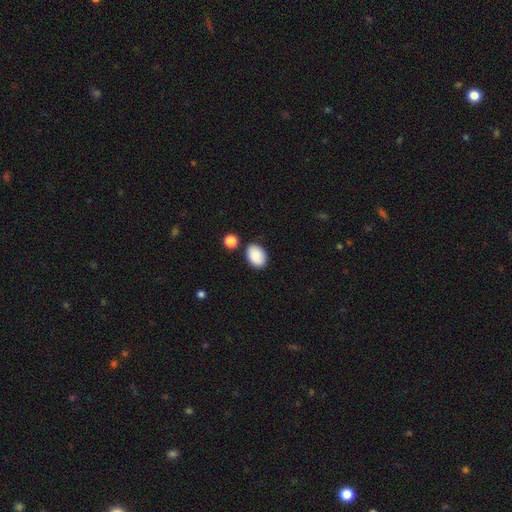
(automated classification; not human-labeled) Smooth or featured? Predicted: smooth (p=0.89). How rounded? Predicted: in between (p=0.86). Merging? Predicted: none (p=0.80).